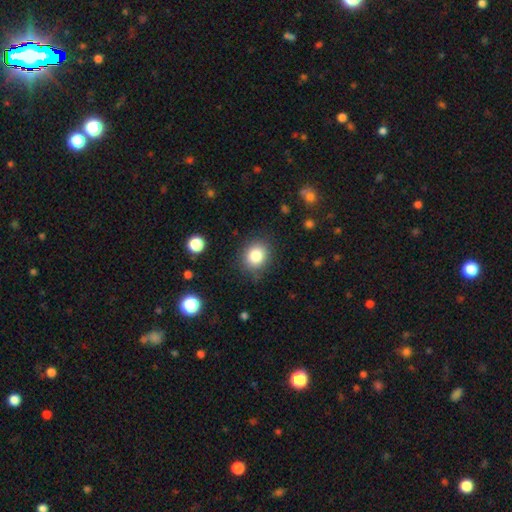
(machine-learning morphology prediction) smooth 84%, star or artifact 10%, featured or disk 6%. Down the decision tree: how rounded — round (69%); merging — none (83%).